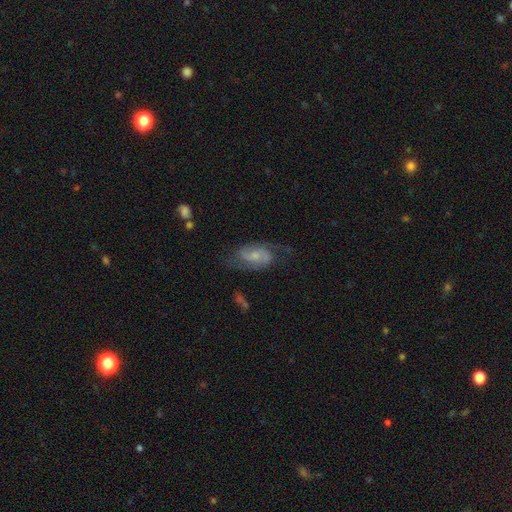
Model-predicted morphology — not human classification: A featured or disk galaxy (76%) with no bar (47%), 2 (85%) medium (50%) spiral arms (93%) and a small central bulge (48%). Merging: none (64%).